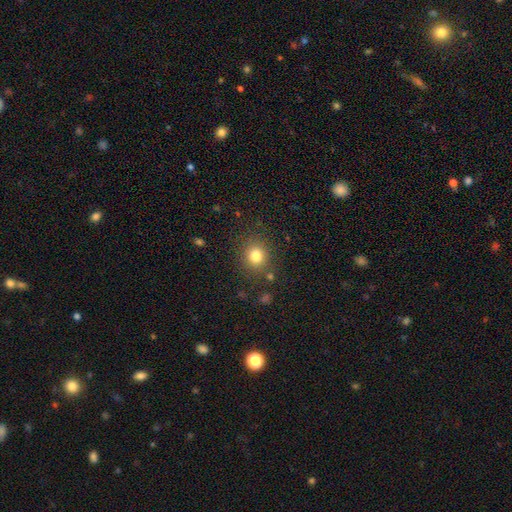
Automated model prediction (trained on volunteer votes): Morphology: type=smooth (80%); roundness=round (80%); merging=none (83%).